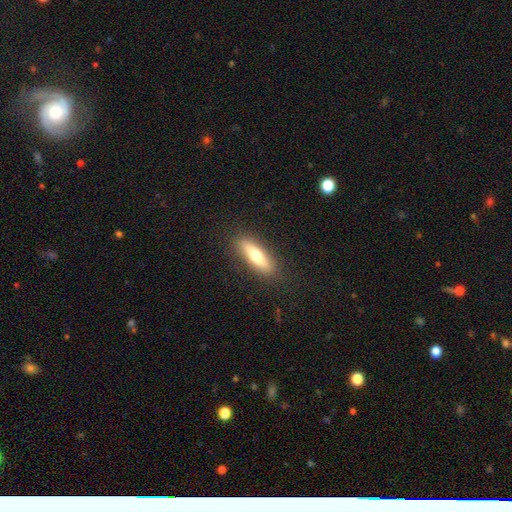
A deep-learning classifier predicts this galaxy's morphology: This is likely a smooth galaxy (66%). How rounded: likely cigar-shaped (64%). Merging: clearly none (87%).